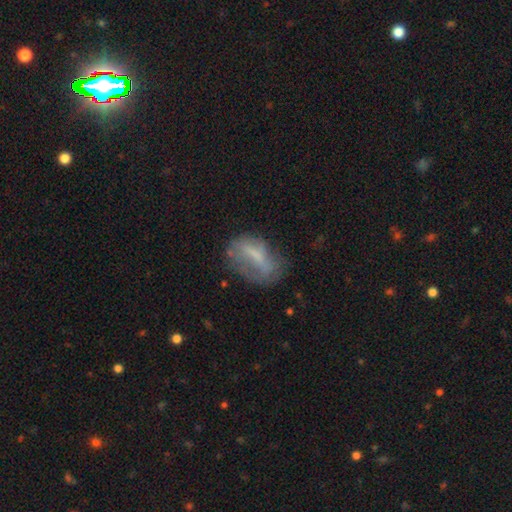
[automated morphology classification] This appears to be a smooth galaxy with no disk features (49%). Merging: none (47%).